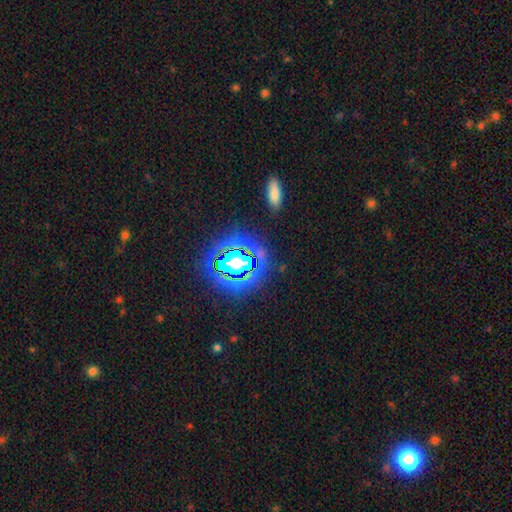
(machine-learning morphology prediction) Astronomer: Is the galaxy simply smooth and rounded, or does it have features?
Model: star or artifact — 80%.